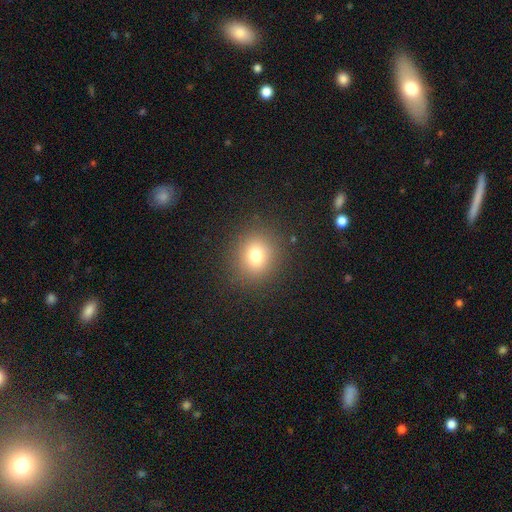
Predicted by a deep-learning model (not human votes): Q: Smooth or featured?
A: smooth (76%); runner-up: star or artifact (15%)
Q: How rounded?
A: round (79%); runner-up: in between (20%)
Q: Merging?
A: none (88%); runner-up: minor disturbance (7%)